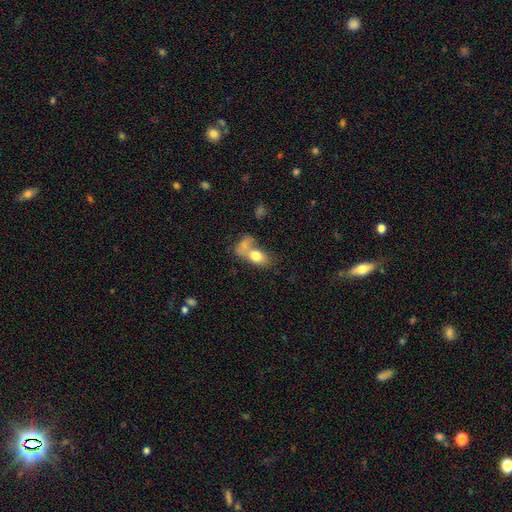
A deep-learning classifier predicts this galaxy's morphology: A smooth galaxy with no disk features (76%) that is in between round and cigar-shaped (83%).

Vote fractions:
- Smooth or featured? smooth: 76% / featured or disk: 17% / star or artifact: 7%
- How rounded? in between: 83% / round: 14% / cigar-shaped: 3%
- Merging? merger: 53% / none: 27% / minor disturbance: 11% / major disturbance: 9%